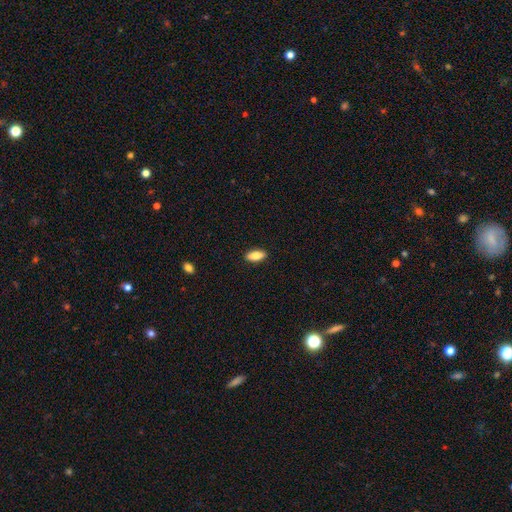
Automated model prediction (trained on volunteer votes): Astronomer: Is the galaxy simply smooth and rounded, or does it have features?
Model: smooth — 81%.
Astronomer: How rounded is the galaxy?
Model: in between — 80%.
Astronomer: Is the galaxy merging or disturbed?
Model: none — 90%.